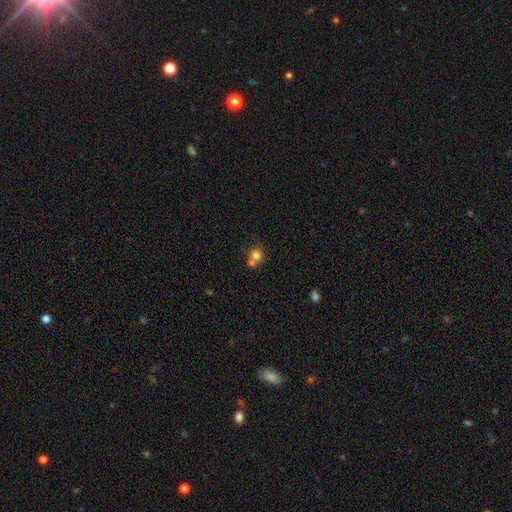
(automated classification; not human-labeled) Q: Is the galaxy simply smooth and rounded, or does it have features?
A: smooth — 76%.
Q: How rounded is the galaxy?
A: round — 82%.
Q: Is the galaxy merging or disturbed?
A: merger — 49%.